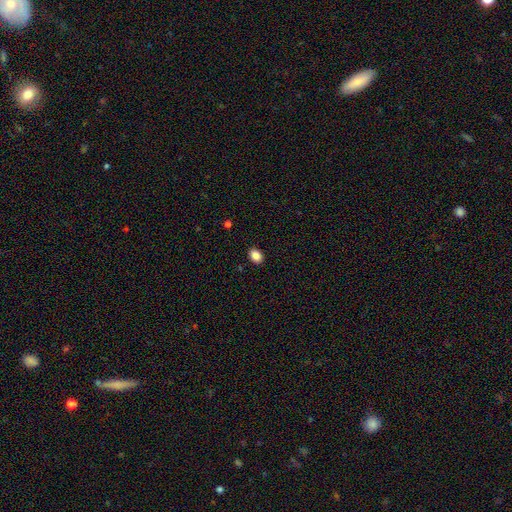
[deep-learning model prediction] Smooth or featured: smooth — 87% (star or artifact — 9%)
How rounded: in between — 71% (round — 28%)
Merging: none — 90% (minor disturbance — 7%)